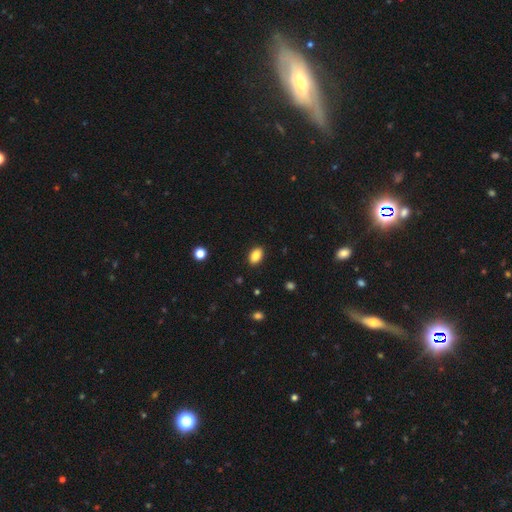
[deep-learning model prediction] A smooth galaxy with no disk features (87%) that is in between round and cigar-shaped (89%).

Vote fractions:
- Smooth or featured? smooth: 87% / star or artifact: 9% / featured or disk: 4%
- How rounded? in between: 89% / round: 10% / cigar-shaped: 1%
- Merging? none: 89% / minor disturbance: 8% / major disturbance: 2% / merger: 1%